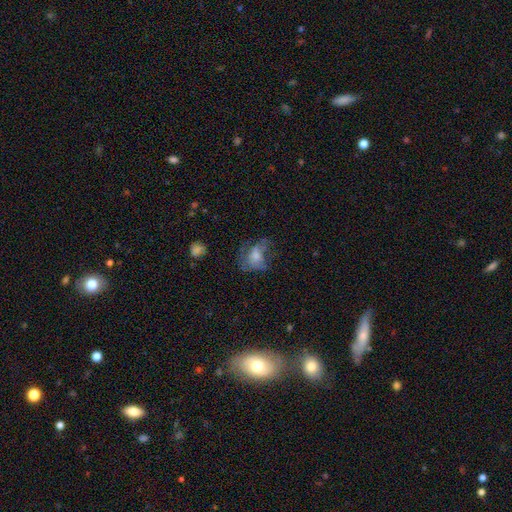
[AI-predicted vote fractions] A smooth galaxy with no disk features (51%) that is in between round and cigar-shaped (59%). Merging: none (37%).